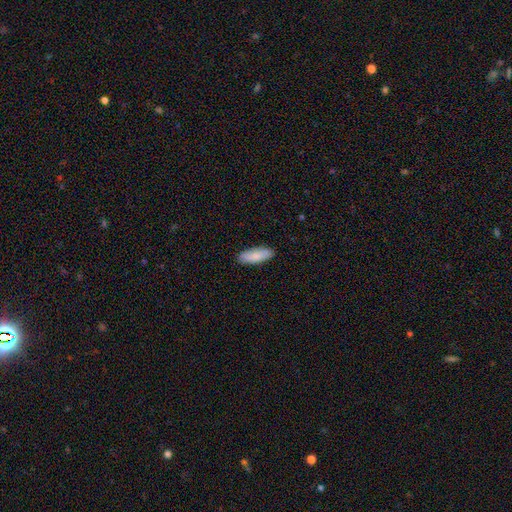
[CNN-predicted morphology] Smooth or featured?
  - smooth: 87% *
  - featured or disk: 8%
  - star or artifact: 5%
How rounded?
  - in between: 63% *
  - cigar-shaped: 35%
  - round: 2%
Merging?
  - none: 89% *
  - minor disturbance: 8%
  - major disturbance: 2%
  - merger: 1%